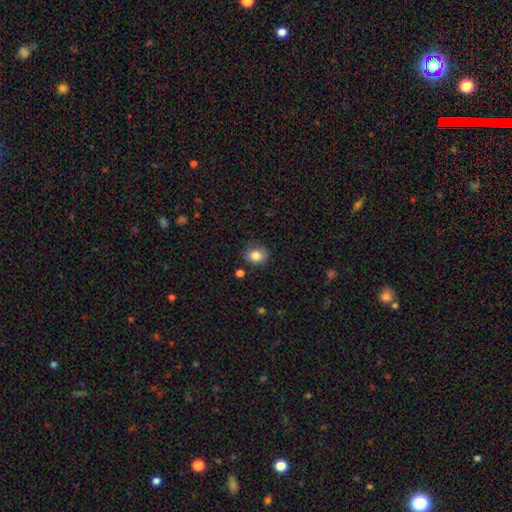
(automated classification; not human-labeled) Smooth or featured? smooth (83%)
How rounded? round (59%)
Merging? none (71%)